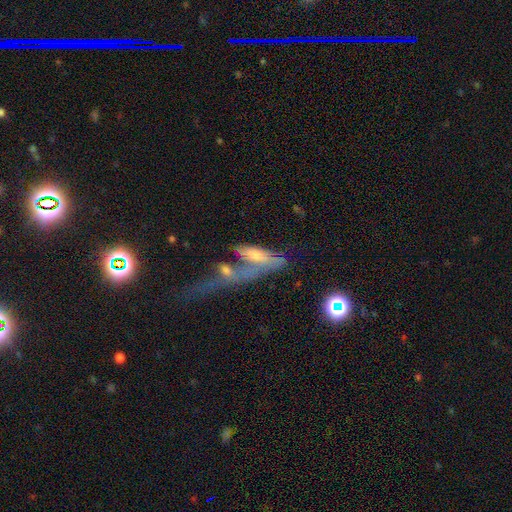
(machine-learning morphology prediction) Overall: featured or disk (44%; smooth 43%). Merging: merger (54%; none 18%).